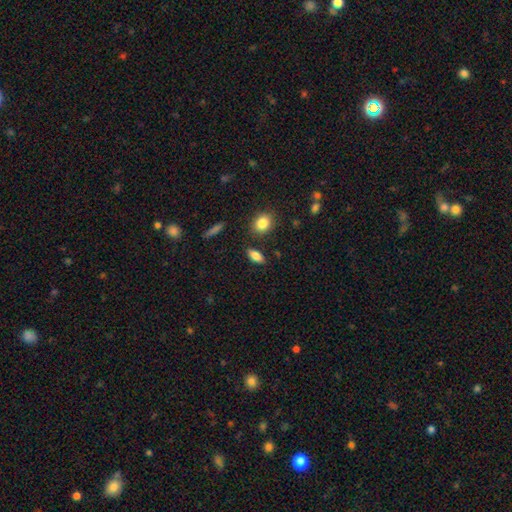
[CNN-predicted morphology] This is clearly a smooth galaxy (83%). How rounded: clearly in between (82%). Merging: clearly none (82%).